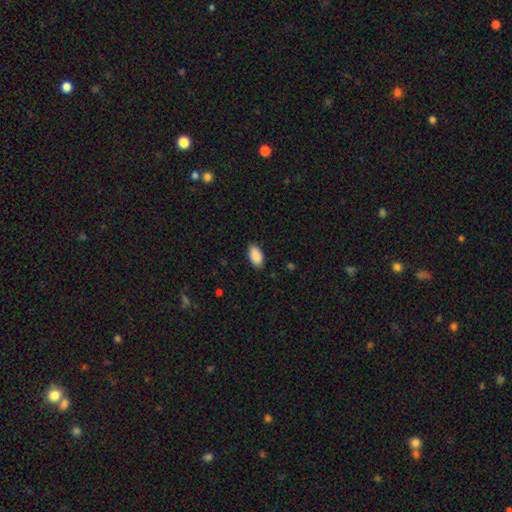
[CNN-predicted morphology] Q: Smooth or featured?
A: smooth (90%); runner-up: star or artifact (7%)
Q: How rounded?
A: in between (95%); runner-up: round (3%)
Q: Merging?
A: none (87%); runner-up: minor disturbance (10%)